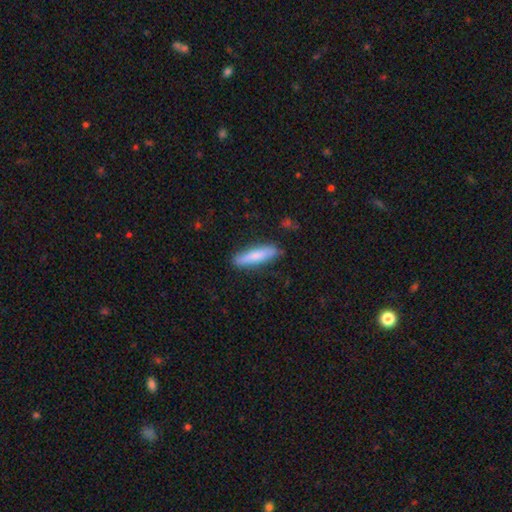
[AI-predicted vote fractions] Smooth or featured?
  - smooth: 75% *
  - featured or disk: 19%
  - star or artifact: 5%
How rounded?
  - cigar-shaped: 81% *
  - in between: 17%
  - round: 1%
Merging?
  - none: 85% *
  - minor disturbance: 11%
  - major disturbance: 2%
  - merger: 1%